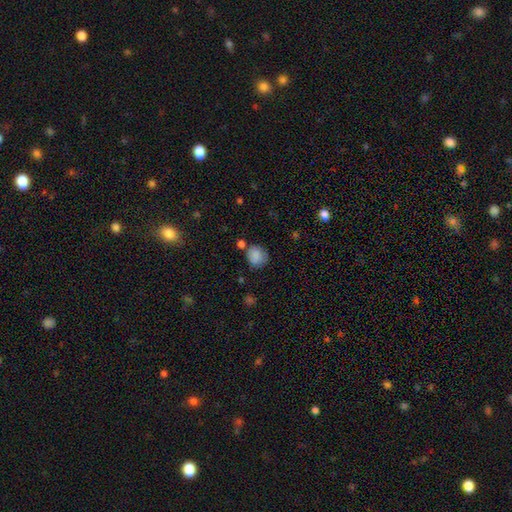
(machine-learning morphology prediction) Smooth or featured: smooth — 84% (star or artifact — 9%)
How rounded: round — 77% (in between — 22%)
Merging: none — 65% (minor disturbance — 19%)